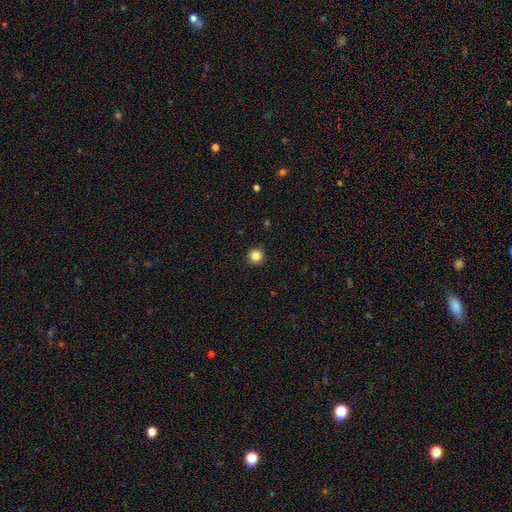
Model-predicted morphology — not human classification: Smooth or featured? smooth (85%)
How rounded? round (96%)
Merging? none (93%)